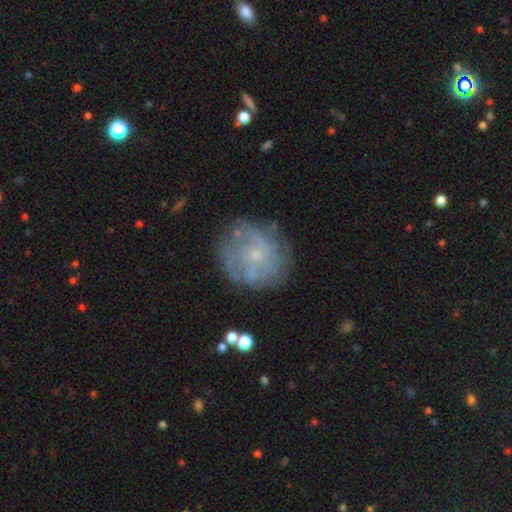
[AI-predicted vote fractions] featured or disk 63%, smooth 27%, star or artifact 10%. Down the decision tree: edge-on disk — no (97%); bar — no (78%); spiral arms — yes (65%); bulge size — small (72%); merging — none (72%).